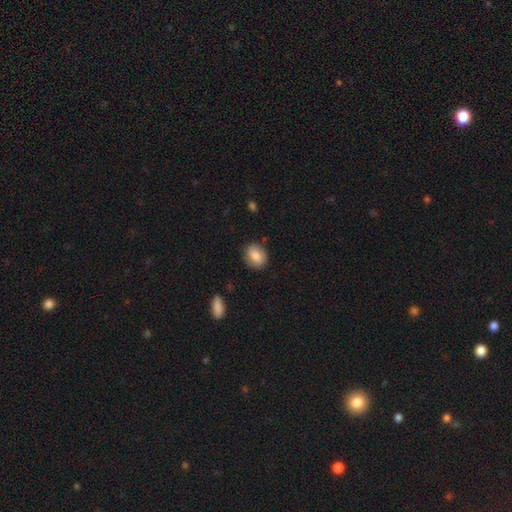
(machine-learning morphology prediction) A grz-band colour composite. It shows a smooth galaxy with no disk features (82%) that is in between round and cigar-shaped (52%). Merging: none (84%).